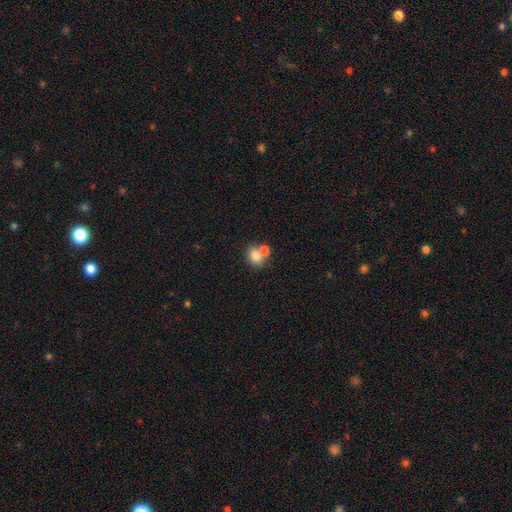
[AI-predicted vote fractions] Smooth or featured: smooth — 77% (featured or disk — 13%)
How rounded: round — 52% (in between — 47%)
Merging: merger — 45% (none — 42%)